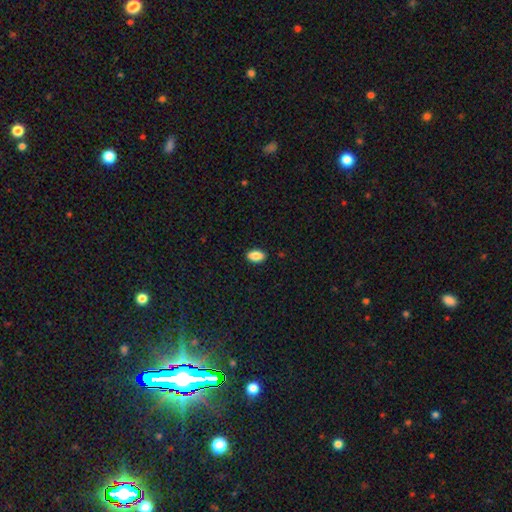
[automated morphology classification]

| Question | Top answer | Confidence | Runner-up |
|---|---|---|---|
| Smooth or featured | smooth | 87% | star or artifact (8%) |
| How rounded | in between | 92% | round (6%) |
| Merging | none | 89% | minor disturbance (8%) |